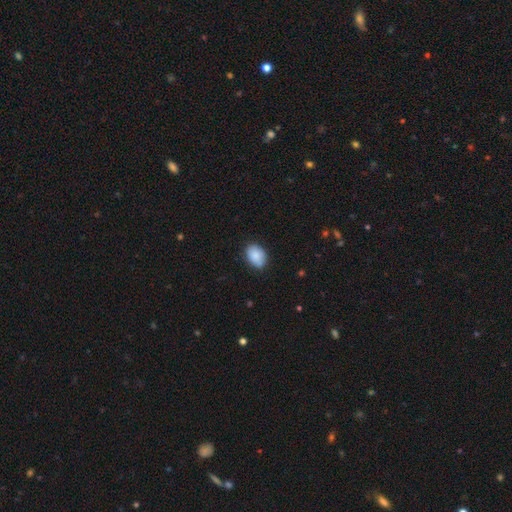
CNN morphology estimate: A smooth galaxy with no disk features (87%) that is in between round and cigar-shaped (83%).

Vote fractions:
- Smooth or featured? smooth: 87% / star or artifact: 7% / featured or disk: 6%
- How rounded? in between: 83% / round: 16% / cigar-shaped: 1%
- Merging? none: 79% / minor disturbance: 17% / major disturbance: 3% / merger: 1%